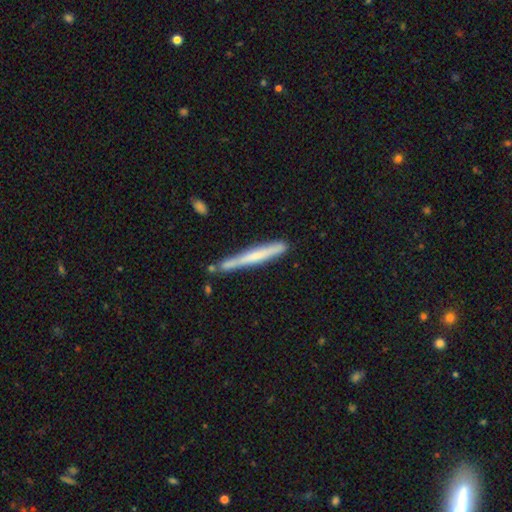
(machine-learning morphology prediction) Smooth or featured? Predicted: smooth (p=0.51). How rounded? Predicted: cigar-shaped (p=0.96). Merging? Predicted: none (p=0.72).